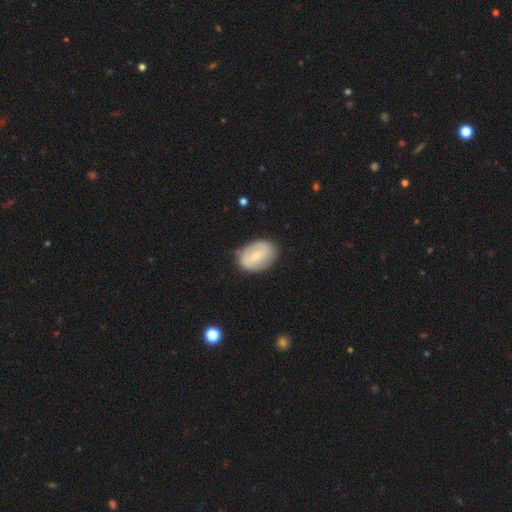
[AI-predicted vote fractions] smooth-or-featured: smooth: 53% | featured or disk: 41% | star or artifact: 6%
  how-rounded: in between: 80% | round: 19% | cigar-shaped: 1%
  merging: none: 81% | minor disturbance: 14% | major disturbance: 4% | merger: 1%